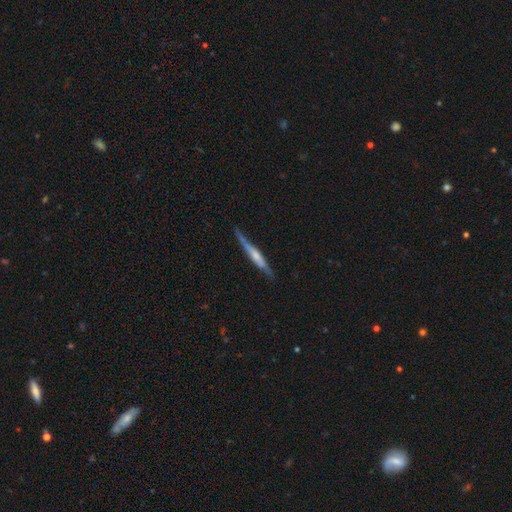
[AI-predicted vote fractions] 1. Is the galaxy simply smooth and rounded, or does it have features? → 63% featured or disk, 32% smooth, 5% star or artifact.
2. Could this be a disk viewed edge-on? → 92% yes, 8% no.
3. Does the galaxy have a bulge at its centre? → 47% rounded, 29% none, 23% boxy.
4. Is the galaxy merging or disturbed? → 73% none, 20% minor disturbance, 5% major disturbance, 2% merger.